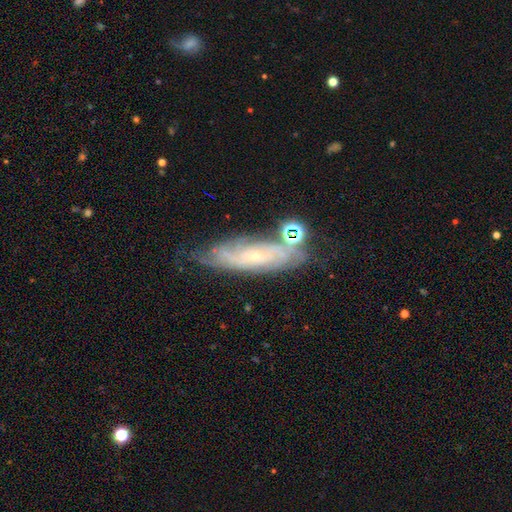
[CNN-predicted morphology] A featured or disk galaxy (75%) with no bar (69%), tight (67%) spiral arms (88%) and a small central bulge (79%).

Vote fractions:
- Smooth or featured? featured or disk: 75% / smooth: 16% / star or artifact: 9%
- Edge-on disk? no: 79% / yes: 21%
- Bar? no: 69% / weak: 24% / strong: 7%
- Spiral arms? yes: 88% / no: 12%
- Spiral winding? tight: 67% / medium: 25% / loose: 8%
- Spiral arm count? can't tell: 59% / 2: 16% / 3: 9% / 4: 8% / more than 4: 5% / 1: 4%
- Bulge size? small: 79% / moderate: 16% / none: 3% / large: 1% / dominant: 1%
- Merging? none: 60% / minor disturbance: 23% / major disturbance: 9% / merger: 8%